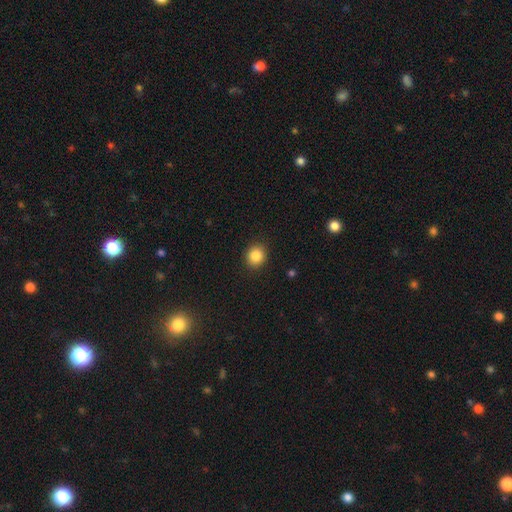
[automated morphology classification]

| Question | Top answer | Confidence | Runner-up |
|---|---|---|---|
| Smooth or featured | smooth | 86% | star or artifact (10%) |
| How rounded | round | 81% | in between (18%) |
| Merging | none | 90% | minor disturbance (7%) |